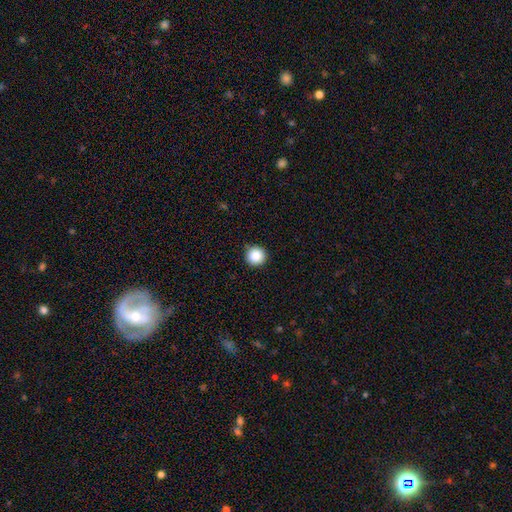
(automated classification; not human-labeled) Overall: smooth (88%). How rounded: round (96%). Merging: none (91%).